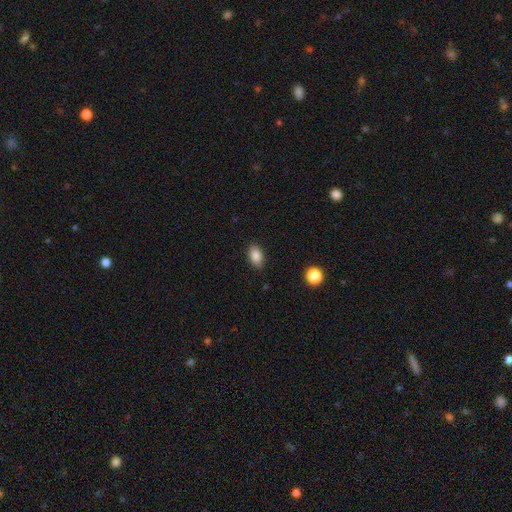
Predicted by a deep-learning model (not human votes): smooth_or_featured: smooth (p=0.84) [alt: star or artifact p=0.09]
how_rounded: in between (p=0.88) [alt: round p=0.10]
merging: none (p=0.86) [alt: minor disturbance p=0.11]